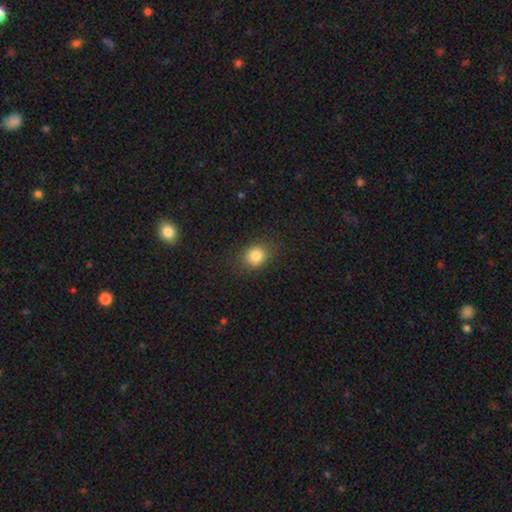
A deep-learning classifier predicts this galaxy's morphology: type=smooth (82%); roundness=round (62%); merging=none (83%).